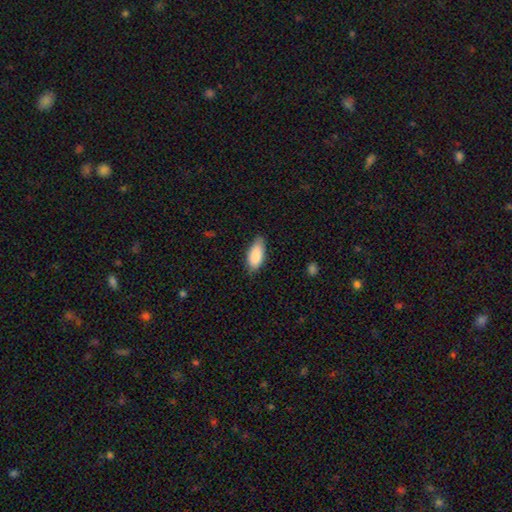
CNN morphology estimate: Smooth or featured?
  - smooth: 88% *
  - featured or disk: 6%
  - star or artifact: 6%
How rounded?
  - in between: 89% *
  - cigar-shaped: 9%
  - round: 2%
Merging?
  - none: 77% *
  - minor disturbance: 19%
  - major disturbance: 3%
  - merger: 1%